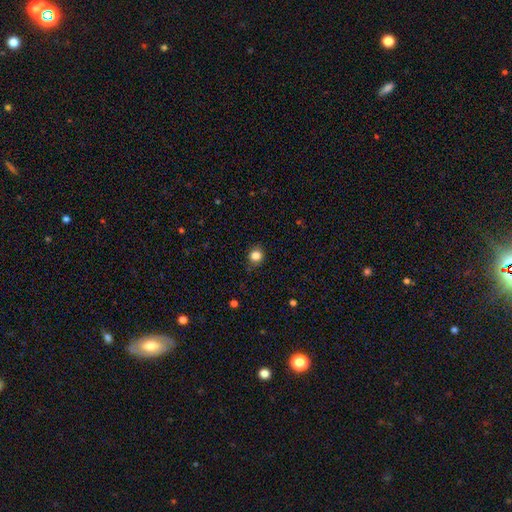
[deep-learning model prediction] Overall: smooth (83%). How rounded: round (84%). Merging: none (80%).